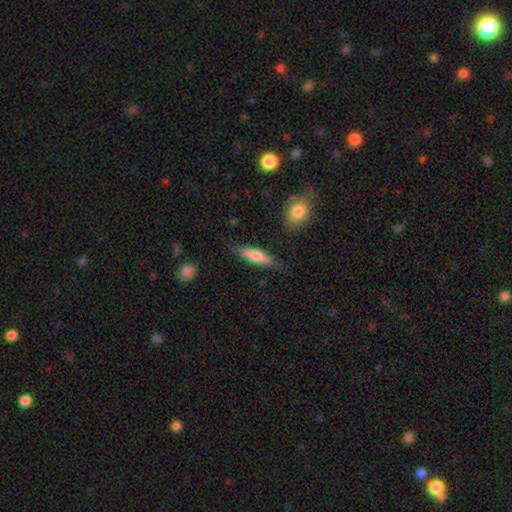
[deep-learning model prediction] Q: Smooth or featured?
A: smooth (68%); runner-up: featured or disk (26%)
Q: How rounded?
A: cigar-shaped (70%); runner-up: in between (29%)
Q: Merging?
A: none (82%); runner-up: minor disturbance (13%)